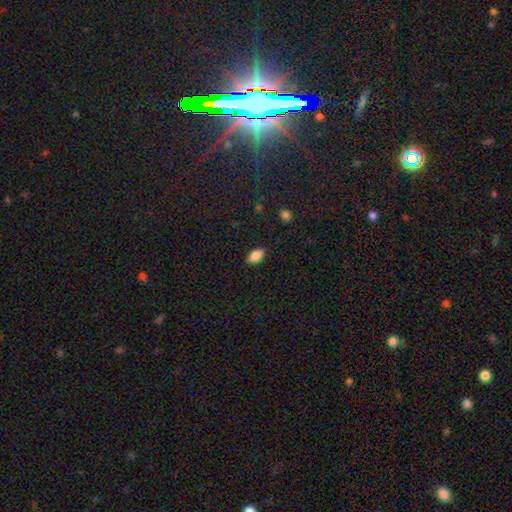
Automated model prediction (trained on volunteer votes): Morphology: type=smooth (83%); roundness=in between (90%); merging=none (87%).